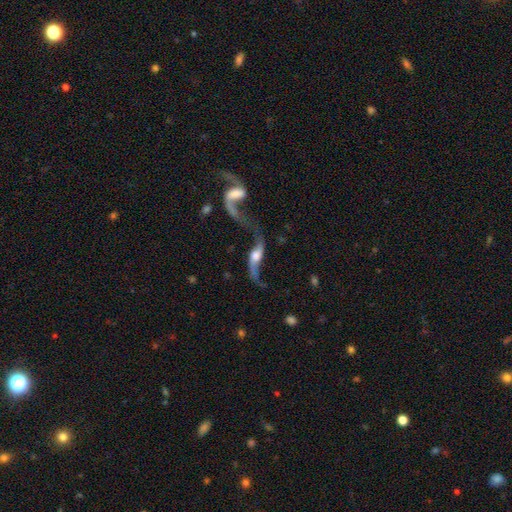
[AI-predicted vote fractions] This appears to be a featured or disk galaxy (82%) with no bar (50%), 2 (90%) loose (92%) spiral arms (91%) and a moderate central bulge (46%). Merging: merger (40%).